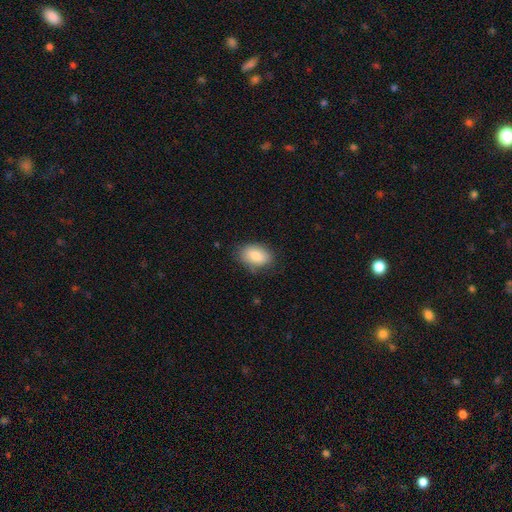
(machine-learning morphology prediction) This is clearly a smooth galaxy (82%). How rounded: clearly in between (86%). Merging: likely none (76%).